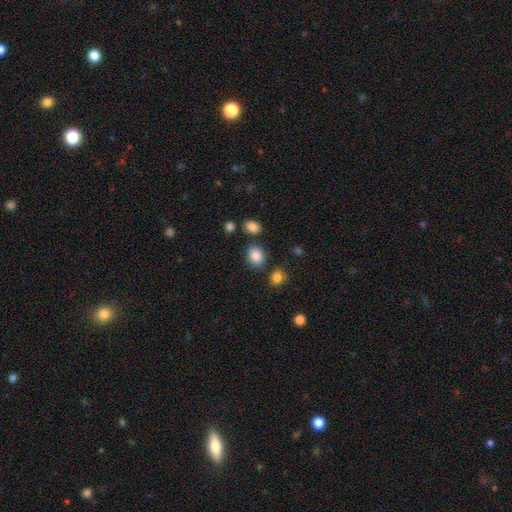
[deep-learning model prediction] Q: Smooth or featured?
A: smooth (86%); runner-up: star or artifact (10%)
Q: How rounded?
A: round (62%); runner-up: in between (37%)
Q: Merging?
A: none (80%); runner-up: minor disturbance (10%)